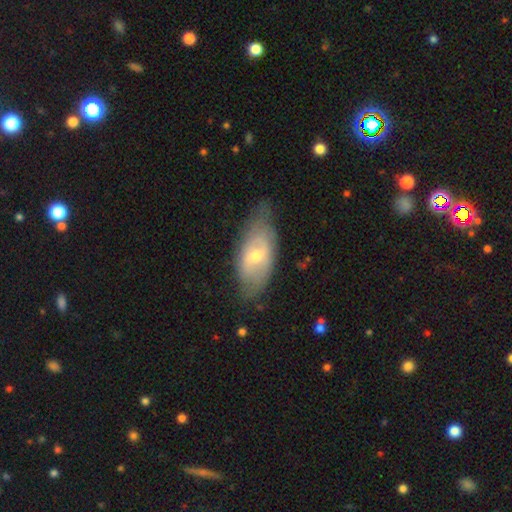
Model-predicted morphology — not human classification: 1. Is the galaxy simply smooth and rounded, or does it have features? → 53% featured or disk, 41% smooth, 6% star or artifact.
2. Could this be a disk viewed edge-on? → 85% no, 15% yes.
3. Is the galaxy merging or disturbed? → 64% none, 27% minor disturbance, 8% major disturbance, 2% merger.